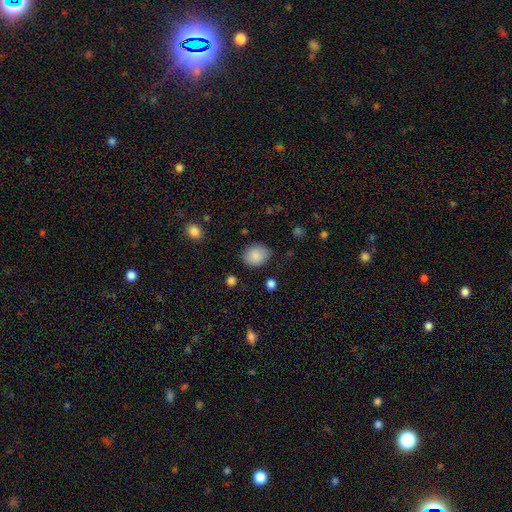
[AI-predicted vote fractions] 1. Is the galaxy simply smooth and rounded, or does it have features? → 87% smooth, 8% star or artifact, 5% featured or disk.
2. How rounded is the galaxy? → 55% round, 44% in between, 1% cigar-shaped.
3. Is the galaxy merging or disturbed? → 81% none, 14% minor disturbance, 4% major disturbance, 2% merger.